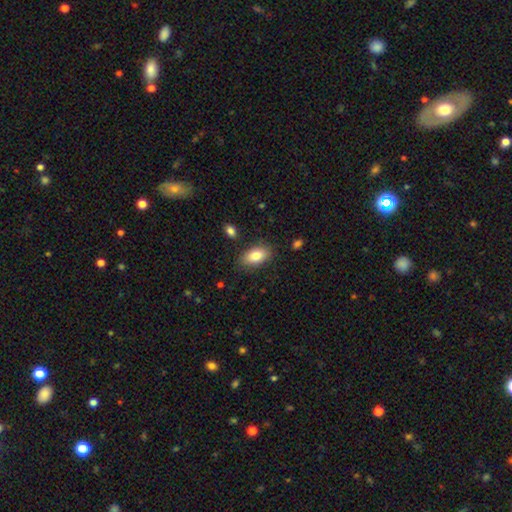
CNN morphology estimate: smooth 84%, featured or disk 9%, star or artifact 7%. Down the decision tree: how rounded — in between (91%); merging — none (84%).